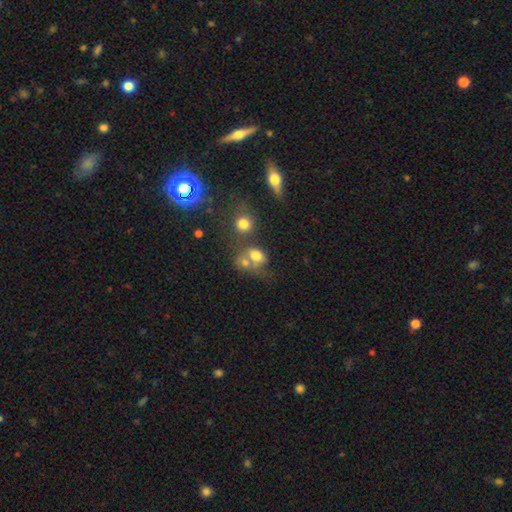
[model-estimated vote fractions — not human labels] A smooth galaxy with no disk features (72%) that is round (52%). Merging: merger (45%).